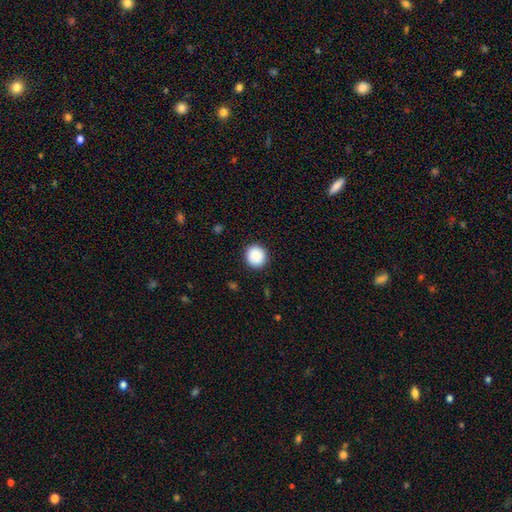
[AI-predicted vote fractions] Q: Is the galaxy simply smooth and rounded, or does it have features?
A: smooth — 89%.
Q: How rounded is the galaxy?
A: round — 92%.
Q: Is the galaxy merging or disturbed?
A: none — 92%.